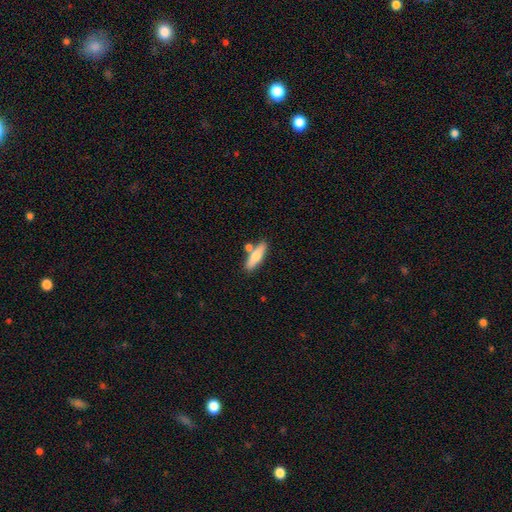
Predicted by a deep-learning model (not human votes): This is likely a smooth galaxy (67%). How rounded: likely cigar-shaped (61%). Merging: likely none (70%).